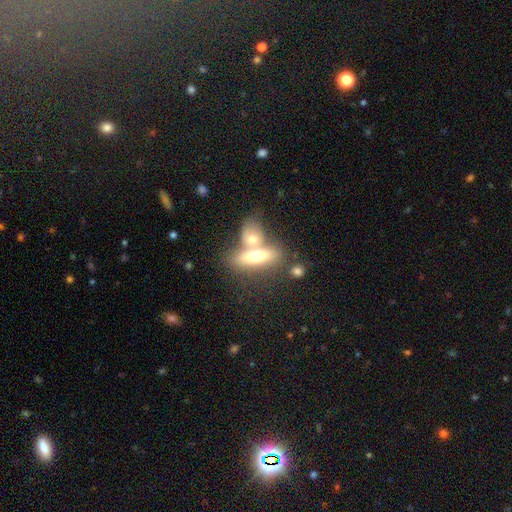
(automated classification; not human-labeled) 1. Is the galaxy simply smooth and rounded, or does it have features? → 61% smooth, 32% featured or disk, 7% star or artifact.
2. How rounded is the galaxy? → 55% in between, 40% cigar-shaped, 5% round.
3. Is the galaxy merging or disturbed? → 52% merger, 33% none, 10% minor disturbance, 5% major disturbance.